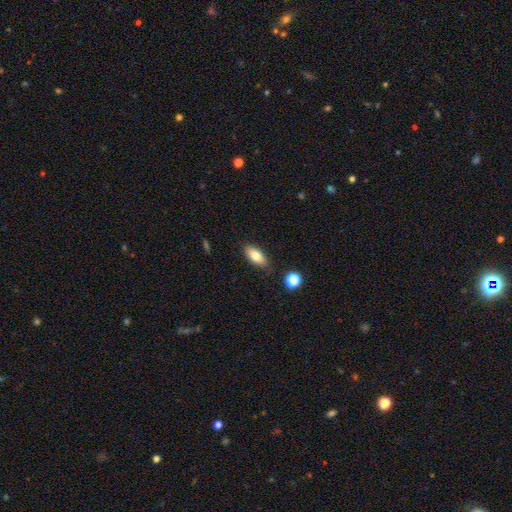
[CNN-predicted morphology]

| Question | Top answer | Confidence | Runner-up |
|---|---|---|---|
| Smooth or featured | smooth | 80% | featured or disk (12%) |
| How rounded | in between | 87% | cigar-shaped (10%) |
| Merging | none | 83% | minor disturbance (12%) |